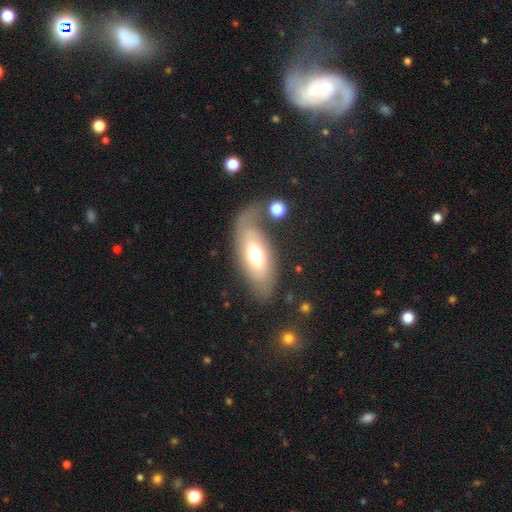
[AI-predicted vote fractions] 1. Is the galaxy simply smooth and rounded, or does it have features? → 54% smooth, 38% featured or disk, 8% star or artifact.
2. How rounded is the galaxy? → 84% in between, 12% cigar-shaped, 4% round.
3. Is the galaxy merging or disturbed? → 50% none, 22% minor disturbance, 20% major disturbance, 8% merger.